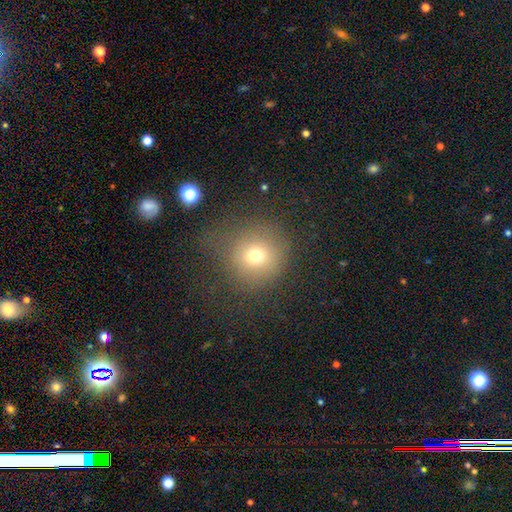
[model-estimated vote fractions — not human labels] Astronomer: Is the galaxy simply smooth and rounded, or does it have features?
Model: smooth — 71%.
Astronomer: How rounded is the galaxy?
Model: round — 90%.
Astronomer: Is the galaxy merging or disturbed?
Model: none — 63%.